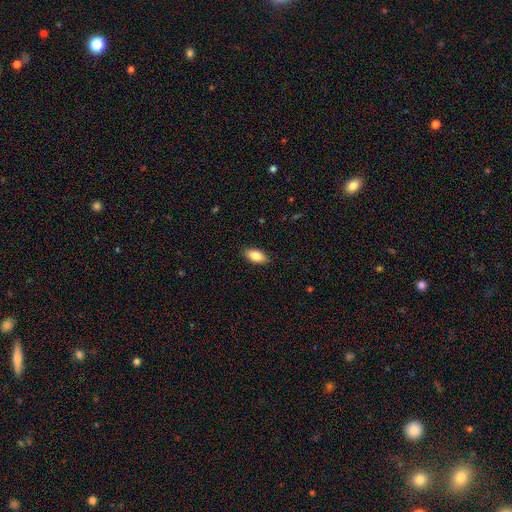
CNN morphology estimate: The model was most divided on "merging": none: 87%, minor disturbance: 10%, major disturbance: 2%, merger: 1%. More confident: how rounded — in between (91%); smooth or featured — smooth (86%).